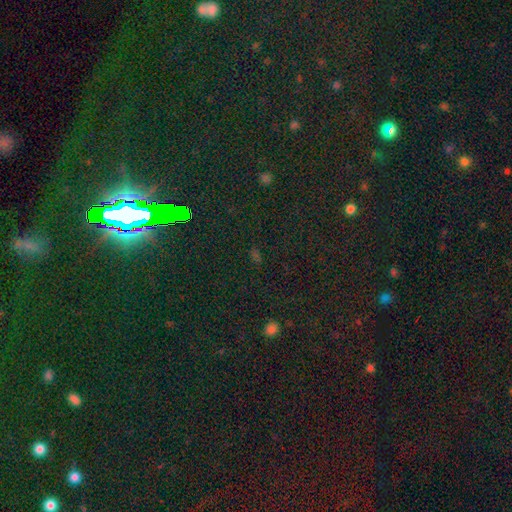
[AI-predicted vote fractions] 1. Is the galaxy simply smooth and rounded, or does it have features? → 73% star or artifact, 19% smooth, 8% featured or disk.